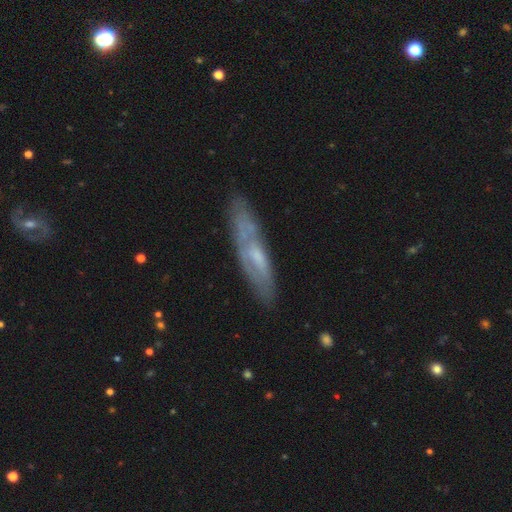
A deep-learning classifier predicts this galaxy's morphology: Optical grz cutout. It shows a featured or disk galaxy (58%). Merging: none (72%).